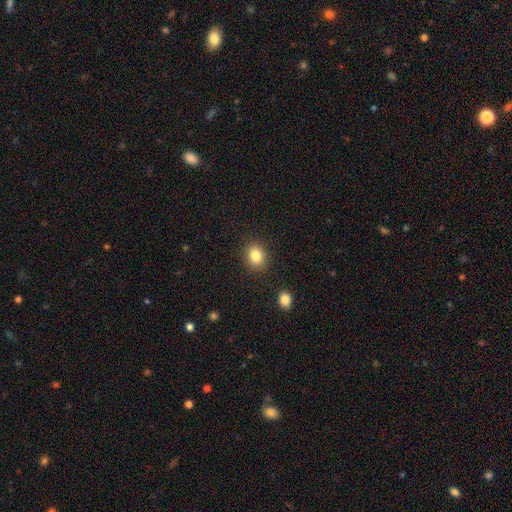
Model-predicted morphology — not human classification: smooth-or-featured: smooth: 83% | star or artifact: 10% | featured or disk: 7%
  how-rounded: round: 55% | in between: 44% | cigar-shaped: 1%
  merging: none: 88% | minor disturbance: 8% | major disturbance: 2% | merger: 2%